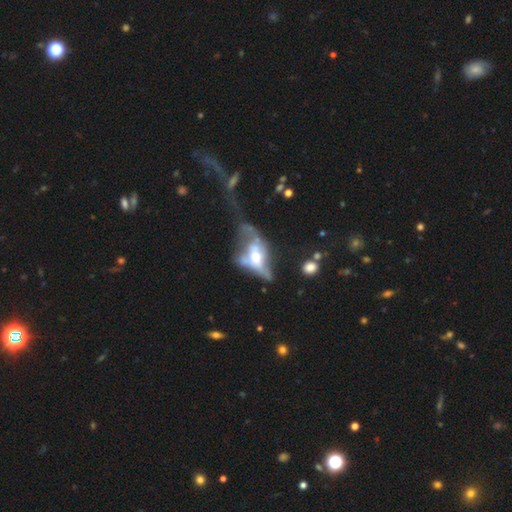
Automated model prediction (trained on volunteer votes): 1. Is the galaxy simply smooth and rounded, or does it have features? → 61% featured or disk, 30% smooth, 9% star or artifact.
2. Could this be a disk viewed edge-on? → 79% no, 21% yes.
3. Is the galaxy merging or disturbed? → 48% major disturbance, 22% merger, 15% none, 14% minor disturbance.